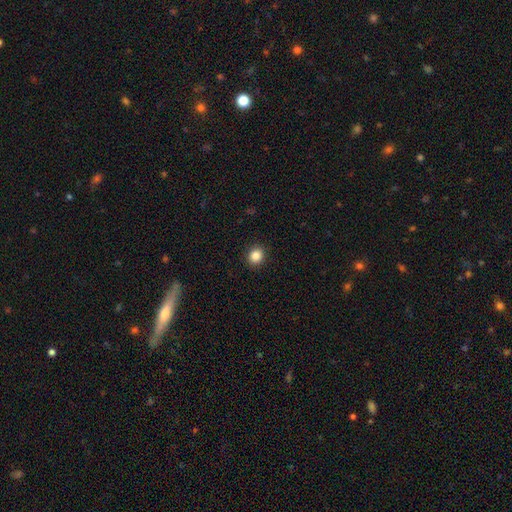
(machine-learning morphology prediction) A smooth galaxy with no disk features (86%) that is round (80%). Merging: none (92%).